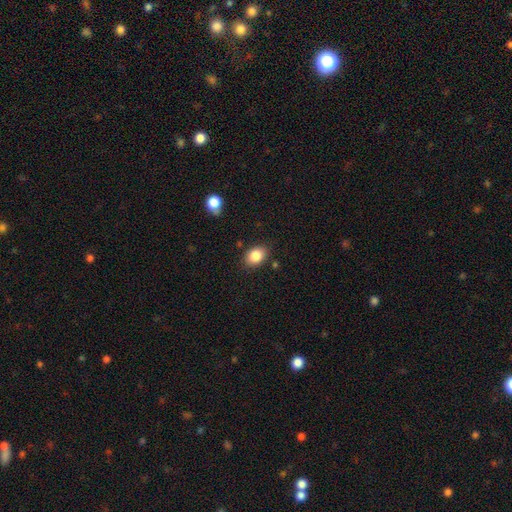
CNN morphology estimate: The model was most divided on "how rounded": in between: 72%, round: 27%, cigar-shaped: 1%. More confident: smooth or featured — smooth (85%); merging — none (84%).